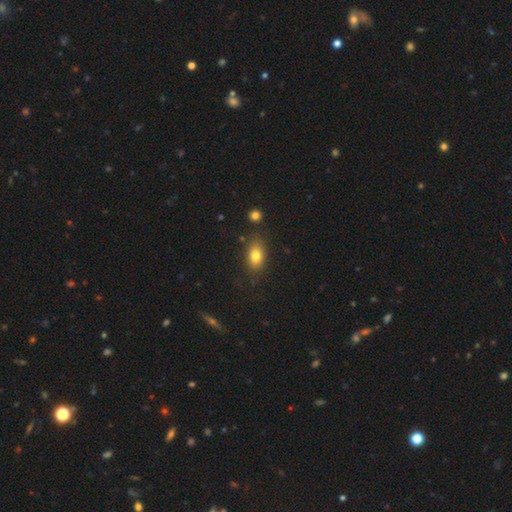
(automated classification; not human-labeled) Morphology: type=smooth (79%); roundness=in between (83%); merging=none (80%).